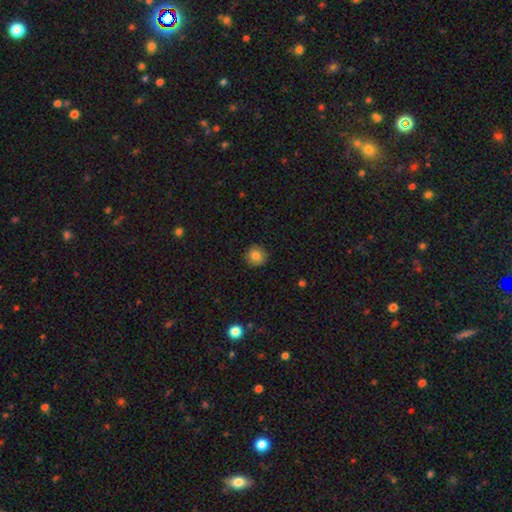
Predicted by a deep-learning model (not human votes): smooth 82%, star or artifact 10%, featured or disk 8%. Down the decision tree: how rounded — round (91%); merging — none (89%).